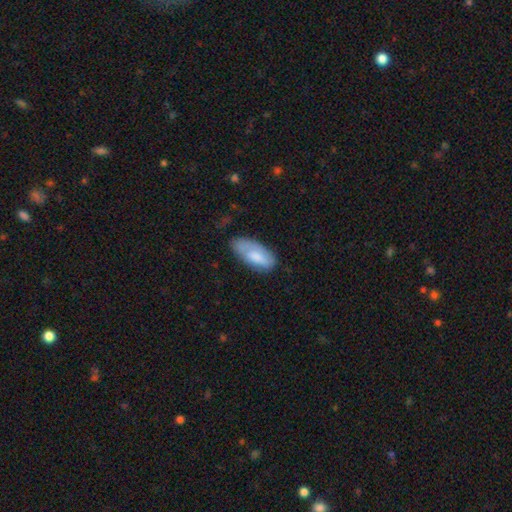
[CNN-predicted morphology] type=smooth (71%); roundness=in between (85%); merging=none (55%).